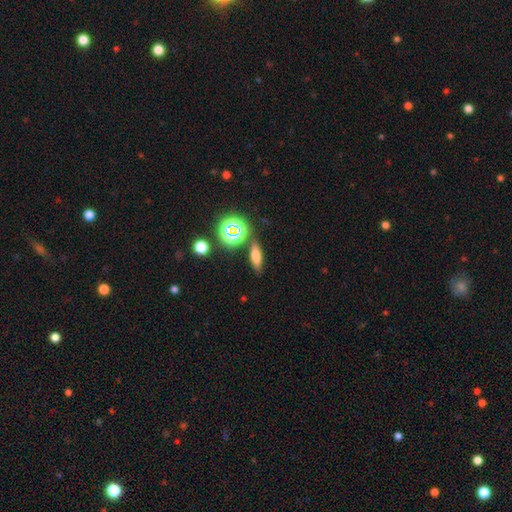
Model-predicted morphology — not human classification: type=smooth (65%); roundness=in between (44%); merging=none (78%).